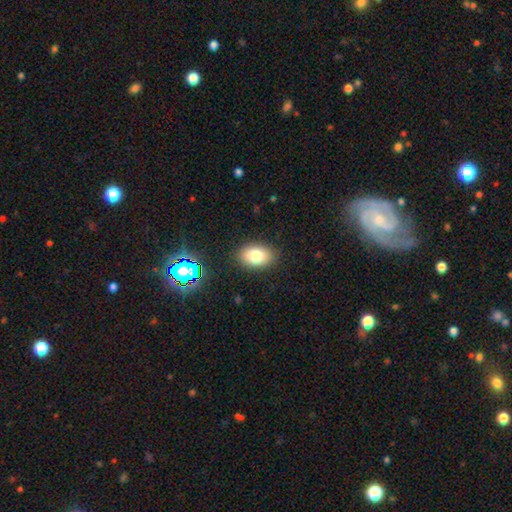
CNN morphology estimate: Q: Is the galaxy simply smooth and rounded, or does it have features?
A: smooth — 78%.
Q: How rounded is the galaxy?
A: in between — 85%.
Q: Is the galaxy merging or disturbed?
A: none — 87%.